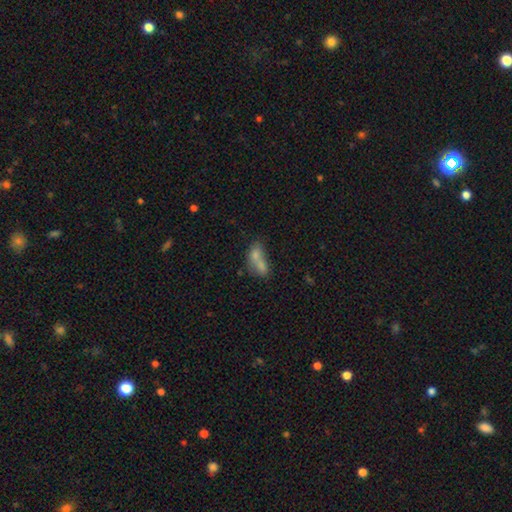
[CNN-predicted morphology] Overall: smooth (65%). How rounded: in between (70%). Merging: merger (63%; none 23%).